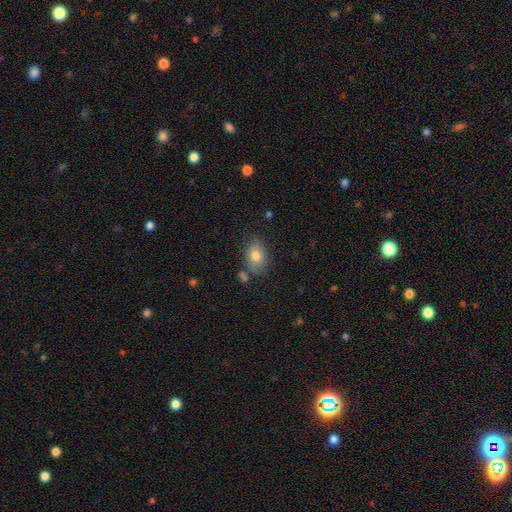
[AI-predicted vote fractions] Smooth or featured? Predicted: smooth (p=0.77). How rounded? Predicted: in between (p=0.77). Merging? Predicted: none (p=0.71).